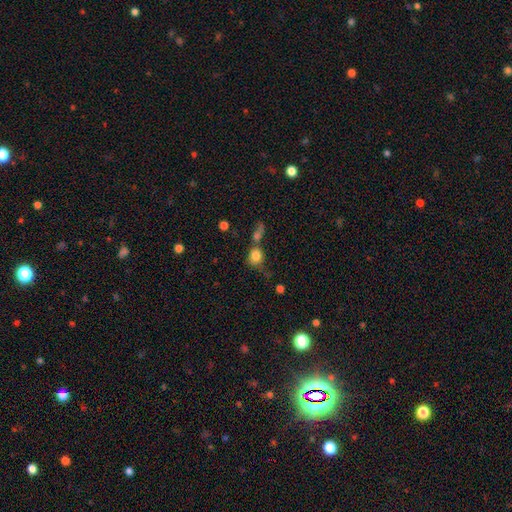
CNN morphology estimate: Smooth or featured: smooth — 80% (star or artifact — 10%)
How rounded: round — 71% (in between — 27%)
Merging: merger — 41% (none — 36%)